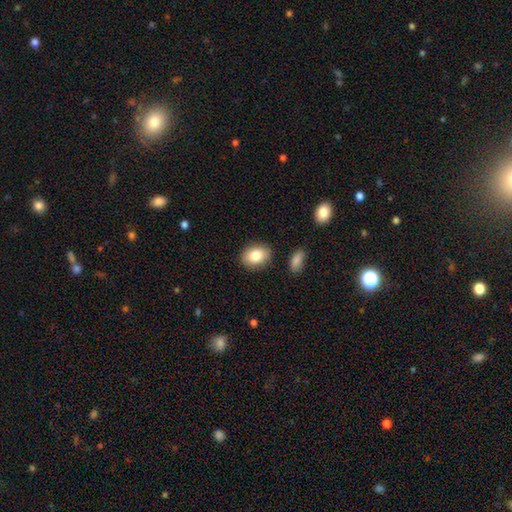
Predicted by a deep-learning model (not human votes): smooth-or-featured: smooth: 83% | featured or disk: 10% | star or artifact: 8%
  how-rounded: in between: 68% | round: 31% | cigar-shaped: 1%
  merging: none: 86% | minor disturbance: 10% | major disturbance: 2% | merger: 2%